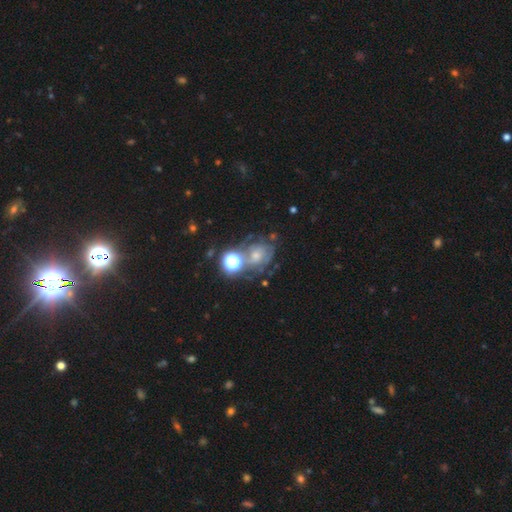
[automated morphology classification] Smooth or featured? Predicted: featured or disk (p=0.47). Merging? Predicted: none (p=0.43).